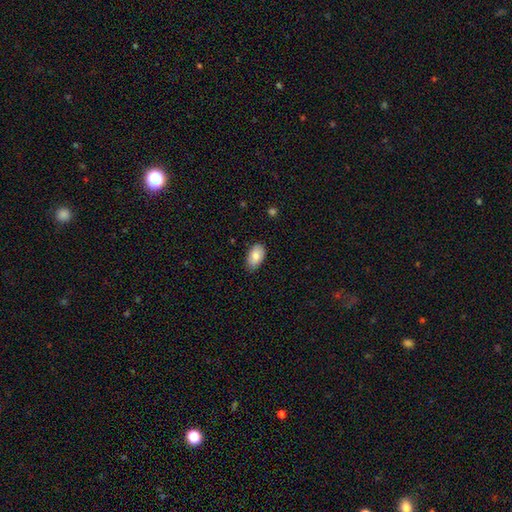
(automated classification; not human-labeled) smooth-or-featured: smooth: 84% | featured or disk: 9% | star or artifact: 6%
  how-rounded: in between: 94% | round: 5% | cigar-shaped: 1%
  merging: none: 81% | minor disturbance: 16% | major disturbance: 2% | merger: 1%